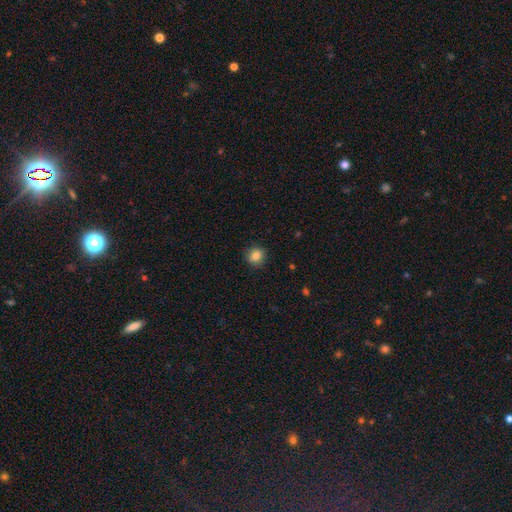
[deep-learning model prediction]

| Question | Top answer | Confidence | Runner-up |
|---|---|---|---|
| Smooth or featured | smooth | 84% | star or artifact (10%) |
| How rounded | round | 86% | in between (13%) |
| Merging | none | 89% | minor disturbance (8%) |